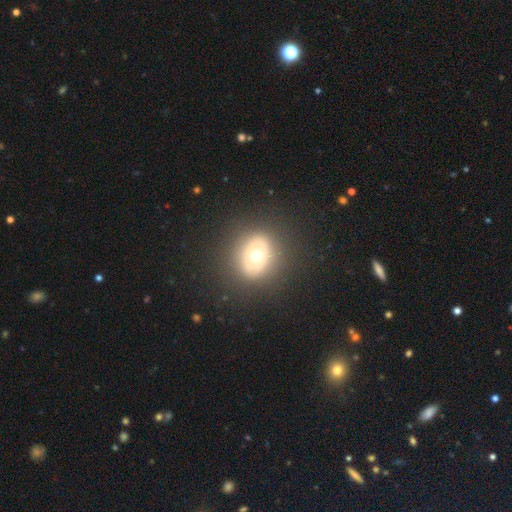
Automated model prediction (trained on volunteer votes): This appears to be a smooth galaxy with no disk features (48%). Merging: none (83%).